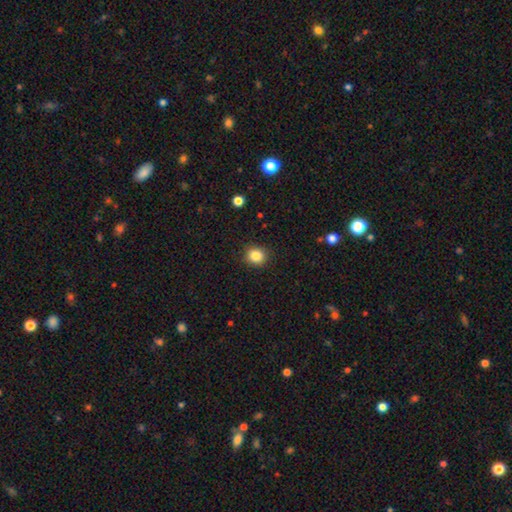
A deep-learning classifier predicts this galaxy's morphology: This appears to be a smooth galaxy with no disk features (84%) that is round (83%). Merging: none (90%).